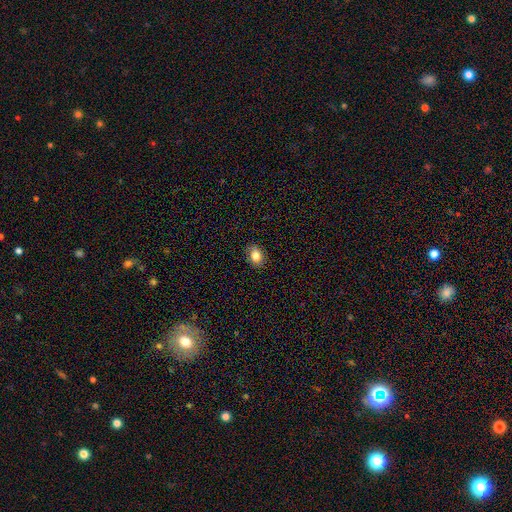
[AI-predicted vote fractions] Morphology: type=smooth (83%); roundness=in between (64%); merging=none (87%).